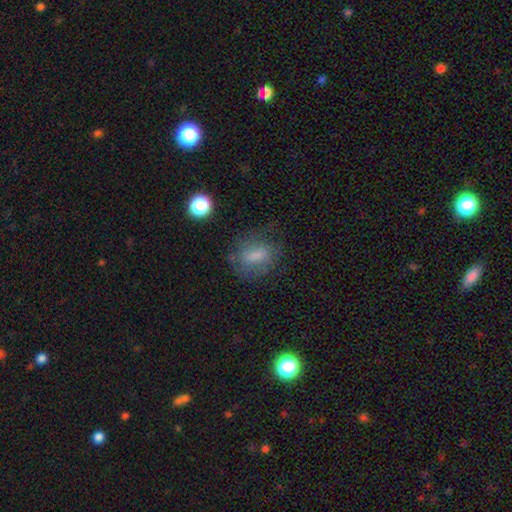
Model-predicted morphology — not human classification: This is likely a smooth galaxy (65%). How rounded: likely in between (66%). Merging: likely none (67%).